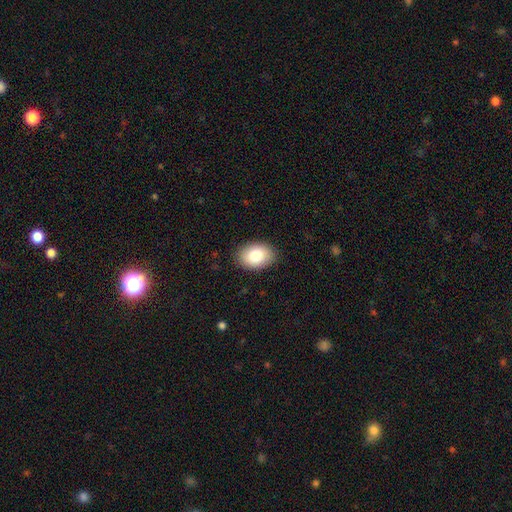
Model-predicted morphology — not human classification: Q: Smooth or featured?
A: smooth (83%); runner-up: featured or disk (10%)
Q: How rounded?
A: in between (83%); runner-up: round (16%)
Q: Merging?
A: none (88%); runner-up: minor disturbance (9%)